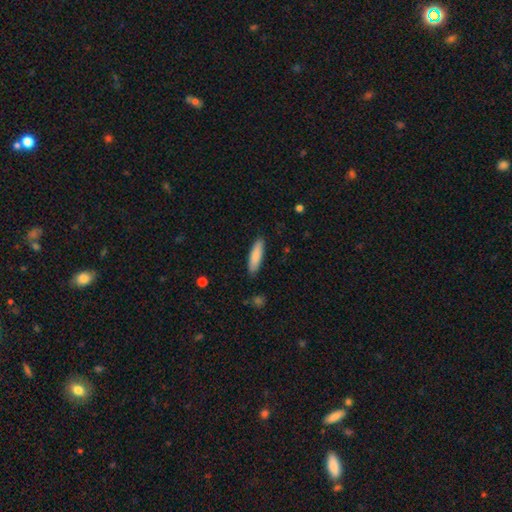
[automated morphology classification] smooth 85%, featured or disk 10%, star or artifact 6%. Down the decision tree: how rounded — cigar-shaped (68%); merging — none (88%).